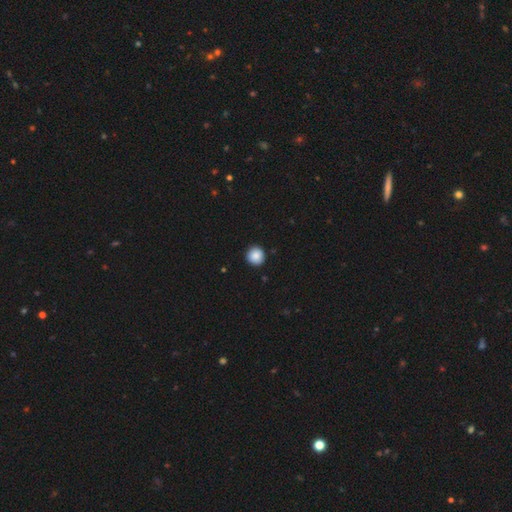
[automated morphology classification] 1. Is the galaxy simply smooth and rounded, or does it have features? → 88% smooth, 8% star or artifact, 4% featured or disk.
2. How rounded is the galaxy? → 95% round, 5% in between, 1% cigar-shaped.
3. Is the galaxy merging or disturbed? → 92% none, 5% minor disturbance, 1% major disturbance, 1% merger.